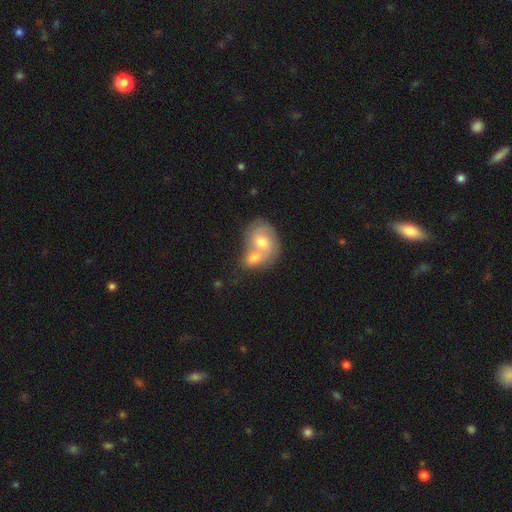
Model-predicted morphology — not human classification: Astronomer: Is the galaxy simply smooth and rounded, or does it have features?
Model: smooth — 53% (runner-up: featured or disk, 38%).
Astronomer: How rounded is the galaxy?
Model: in between — 50% (runner-up: round, 48%).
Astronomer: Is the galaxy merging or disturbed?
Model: merger — 71%.